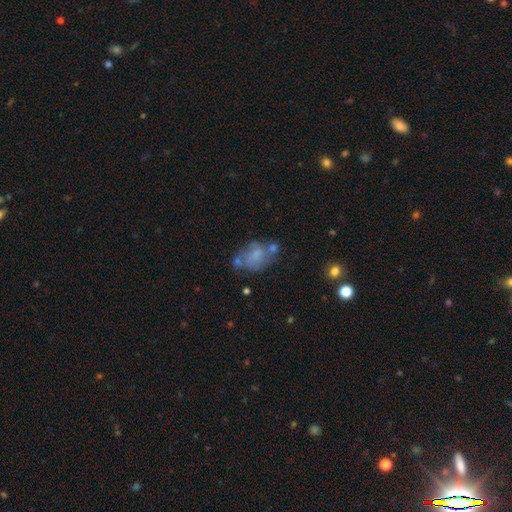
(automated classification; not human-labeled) Overall: featured or disk (46%; smooth 42%). Merging: none (42%; minor disturbance 23%).